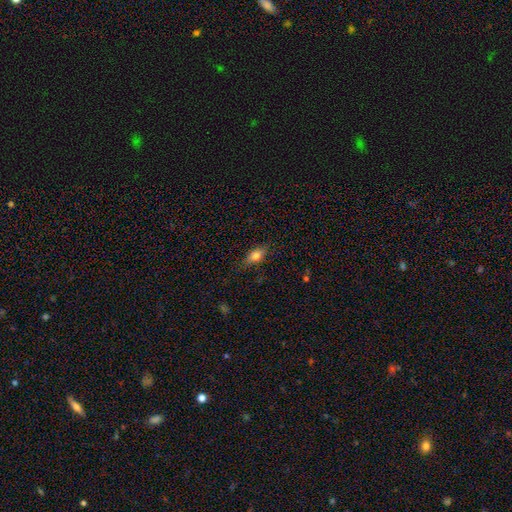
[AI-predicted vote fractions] smooth-or-featured: smooth: 78% | featured or disk: 13% | star or artifact: 9%
  how-rounded: in between: 80% | cigar-shaped: 14% | round: 7%
  merging: none: 78% | minor disturbance: 17% | major disturbance: 4% | merger: 1%